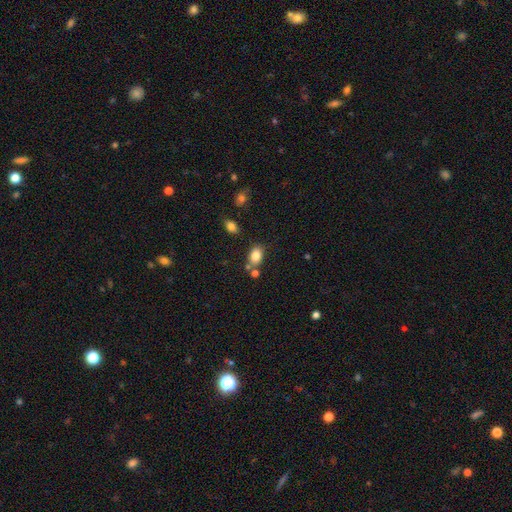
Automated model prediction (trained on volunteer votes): Overall: smooth (82%). How rounded: in between (77%). Merging: none (68%).